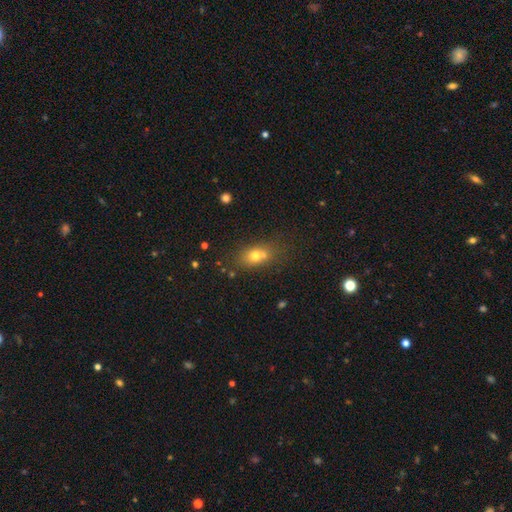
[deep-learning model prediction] Morphology: type=smooth (69%); roundness=in between (64%); merging=none (54%).